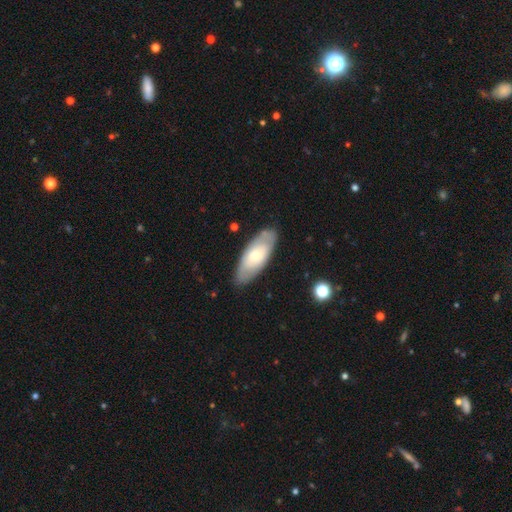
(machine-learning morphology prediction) This appears to be a smooth galaxy with no disk features (54%) that is in between round and cigar-shaped (82%). Merging: none (82%).